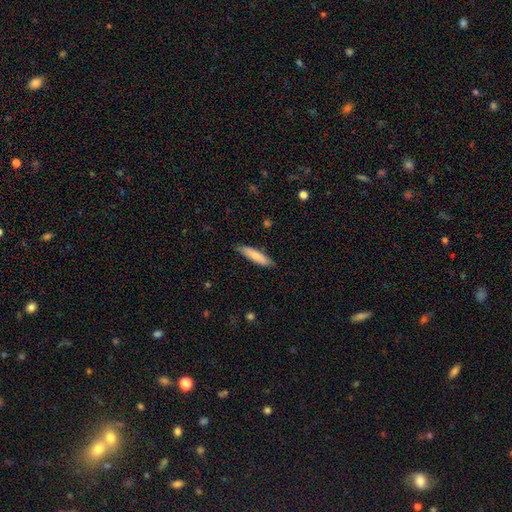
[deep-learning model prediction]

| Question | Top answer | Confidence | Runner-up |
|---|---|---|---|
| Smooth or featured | smooth | 77% | featured or disk (18%) |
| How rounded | cigar-shaped | 79% | in between (19%) |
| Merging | none | 84% | minor disturbance (13%) |